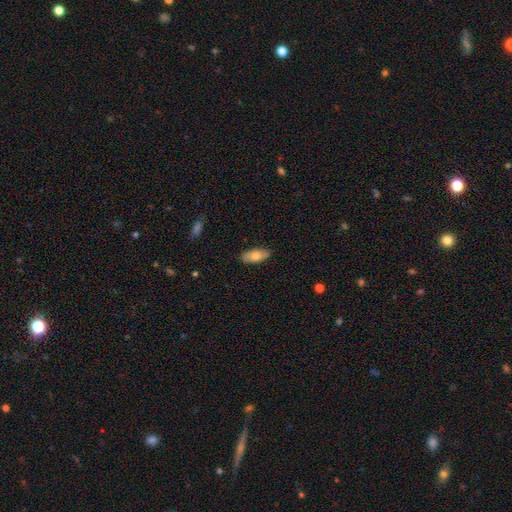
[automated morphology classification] Q: Smooth or featured?
A: smooth (73%); runner-up: featured or disk (21%)
Q: How rounded?
A: in between (87%); runner-up: cigar-shaped (11%)
Q: Merging?
A: none (82%); runner-up: minor disturbance (14%)